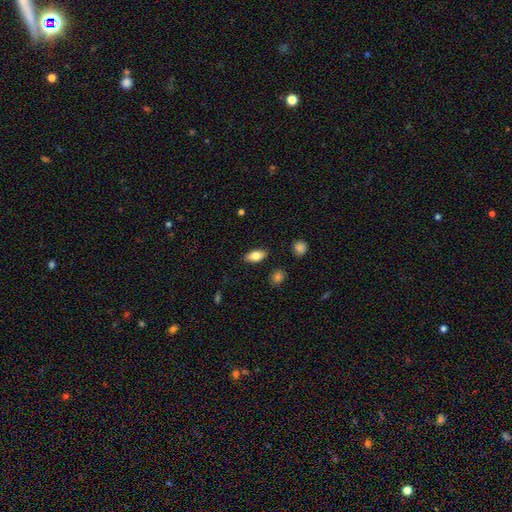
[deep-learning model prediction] Smooth or featured? smooth (76%)
How rounded? in between (88%)
Merging? none (87%)